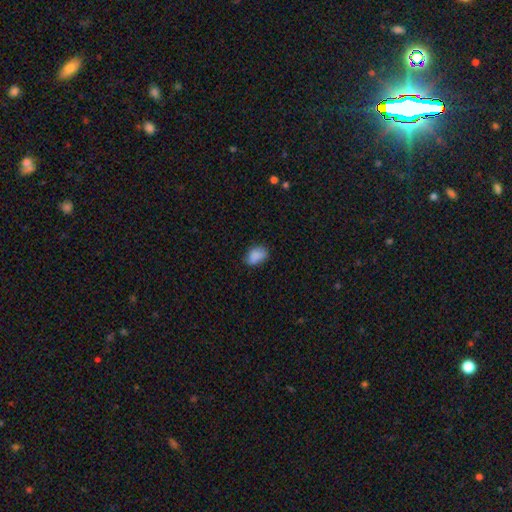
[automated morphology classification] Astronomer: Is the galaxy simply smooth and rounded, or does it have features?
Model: smooth — 86%.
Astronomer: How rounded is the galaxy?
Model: in between — 82%.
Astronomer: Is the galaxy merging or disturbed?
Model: none — 71%.